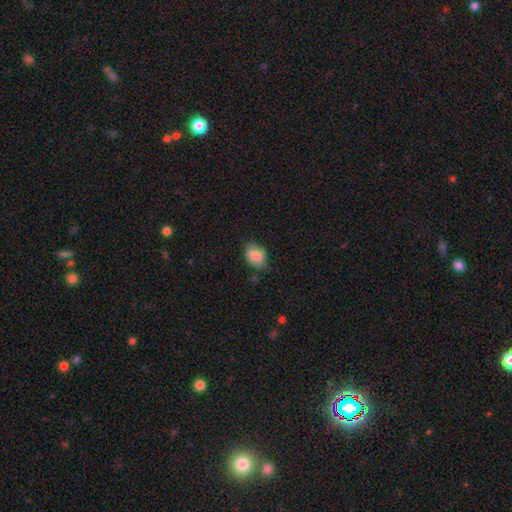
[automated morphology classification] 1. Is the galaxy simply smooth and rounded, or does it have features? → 84% smooth, 9% featured or disk, 7% star or artifact.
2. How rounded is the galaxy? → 71% in between, 28% round, 1% cigar-shaped.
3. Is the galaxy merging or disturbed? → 73% none, 21% minor disturbance, 4% major disturbance, 2% merger.